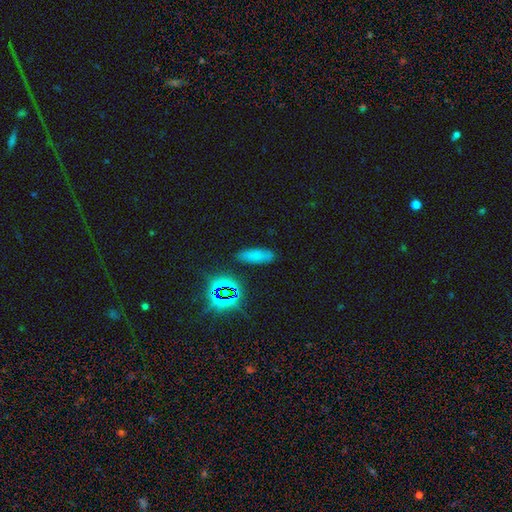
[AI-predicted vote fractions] The model was most divided on "how rounded": in between: 64%, cigar-shaped: 32%, round: 4%. More confident: merging — none (81%); smooth or featured — smooth (68%).